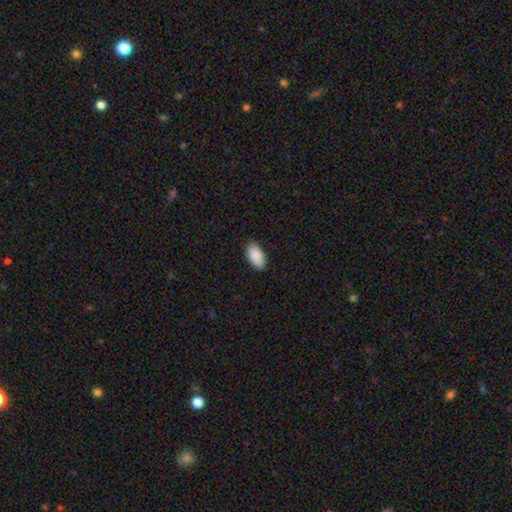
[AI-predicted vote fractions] Smooth or featured: smooth — 91% (star or artifact — 6%)
How rounded: in between — 96% (round — 2%)
Merging: none — 86% (minor disturbance — 11%)